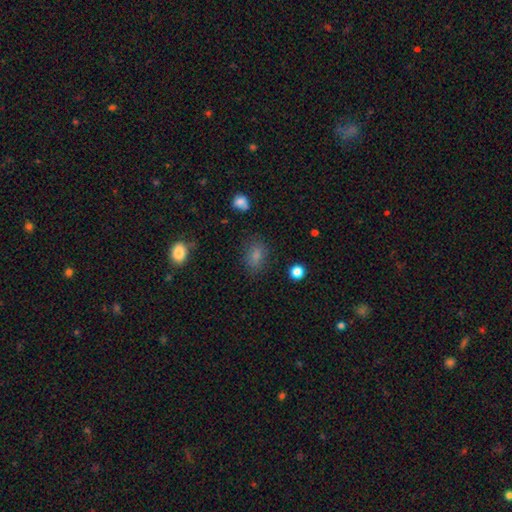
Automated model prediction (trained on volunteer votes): This is likely a smooth galaxy (80%). How rounded: likely in between (75%). Merging: likely none (77%).